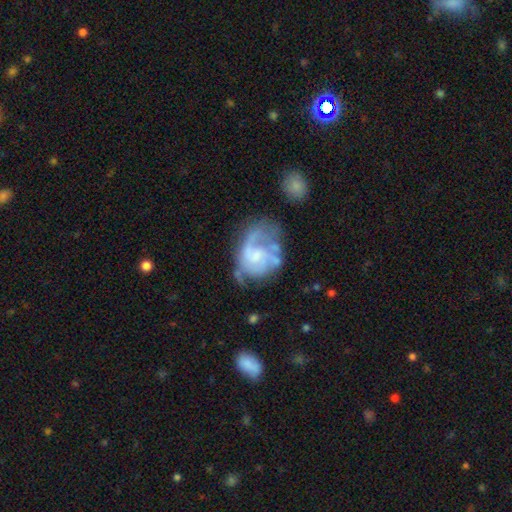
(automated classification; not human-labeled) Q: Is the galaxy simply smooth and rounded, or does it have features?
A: featured or disk — 67%.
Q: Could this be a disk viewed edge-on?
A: no — 98%.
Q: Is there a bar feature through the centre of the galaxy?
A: no — 68%.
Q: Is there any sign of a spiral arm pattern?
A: yes — 71%.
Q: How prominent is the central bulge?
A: small — 41%.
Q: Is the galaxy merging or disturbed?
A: none — 35%.